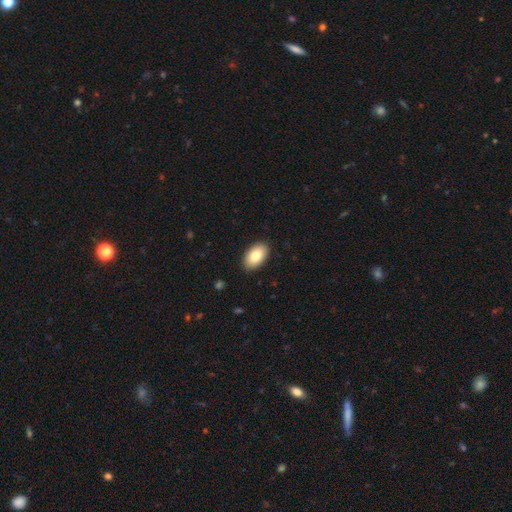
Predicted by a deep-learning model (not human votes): Morphology: type=smooth (82%); roundness=in between (94%); merging=none (89%).